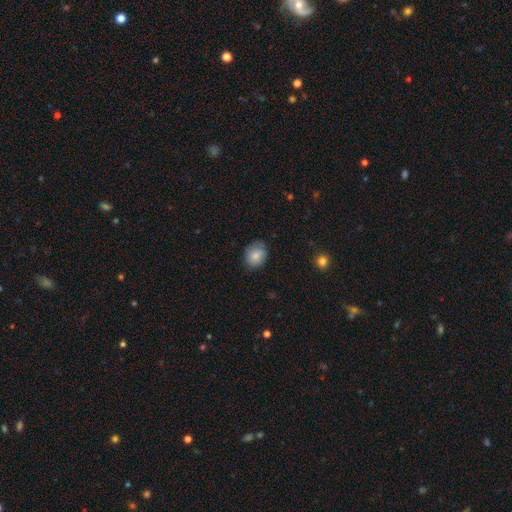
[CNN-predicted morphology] type=smooth (80%); roundness=round (52%); merging=none (70%).